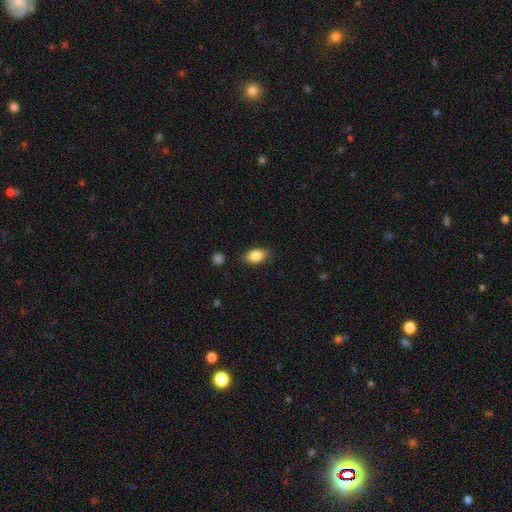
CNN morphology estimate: Smooth or featured? smooth (85%)
How rounded? in between (89%)
Merging? none (85%)